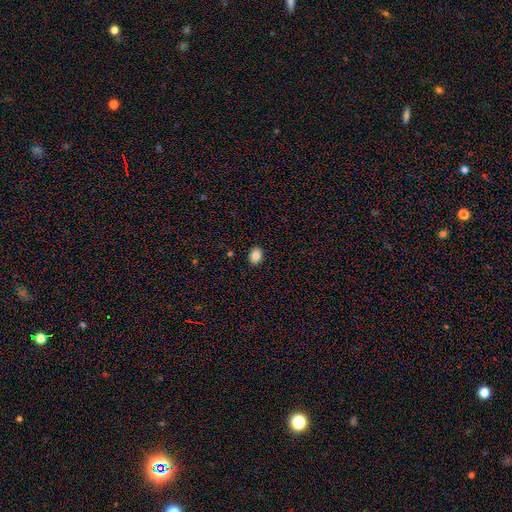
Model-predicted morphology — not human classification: smooth-or-featured: smooth: 85% | star or artifact: 9% | featured or disk: 6%
  how-rounded: in between: 62% | round: 37% | cigar-shaped: 1%
  merging: none: 90% | minor disturbance: 7% | major disturbance: 2% | merger: 1%